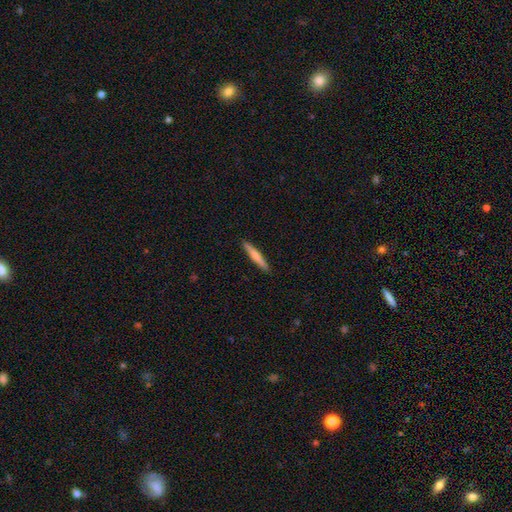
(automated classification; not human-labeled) A smooth galaxy with no disk features (60%) that is cigar-shaped (94%).

Vote fractions:
- Smooth or featured? smooth: 60% / featured or disk: 35% / star or artifact: 5%
- How rounded? cigar-shaped: 94% / in between: 5% / round: 1%
- Merging? none: 92% / minor disturbance: 6% / major disturbance: 1% / merger: 1%